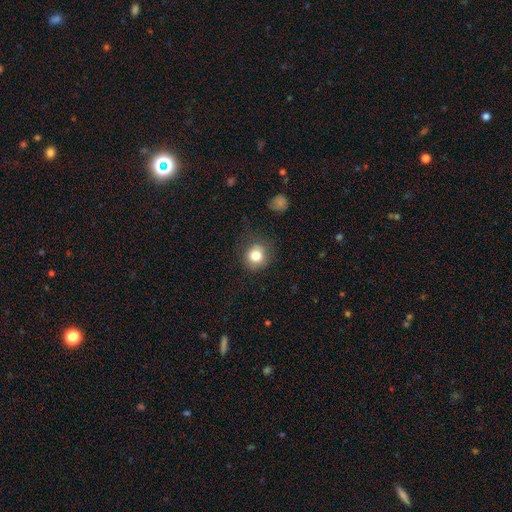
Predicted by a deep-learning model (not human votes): Q: Smooth or featured?
A: smooth (81%); runner-up: star or artifact (11%)
Q: How rounded?
A: round (86%); runner-up: in between (13%)
Q: Merging?
A: none (76%); runner-up: minor disturbance (16%)